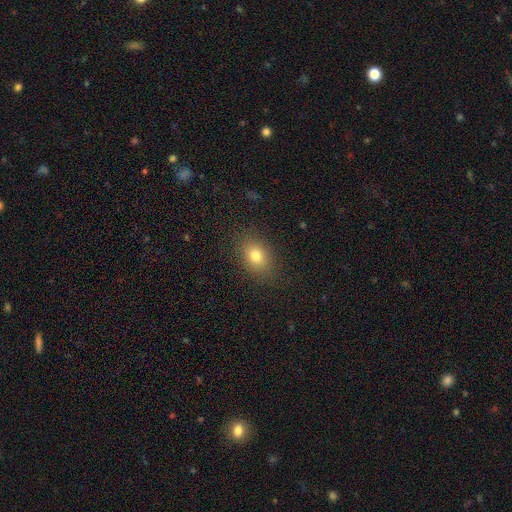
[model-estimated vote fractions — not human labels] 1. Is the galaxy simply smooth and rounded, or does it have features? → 79% smooth, 12% star or artifact, 10% featured or disk.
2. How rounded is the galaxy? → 67% in between, 31% round, 1% cigar-shaped.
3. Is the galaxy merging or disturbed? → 84% none, 11% minor disturbance, 4% major disturbance, 1% merger.